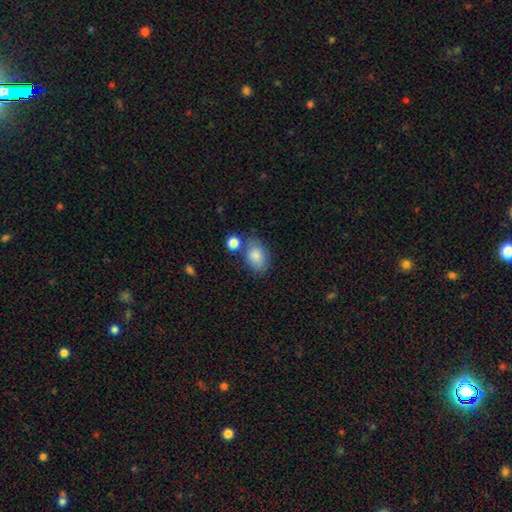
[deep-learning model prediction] A smooth galaxy with no disk features (83%) that is in between round and cigar-shaped (84%). Merging: none (61%).